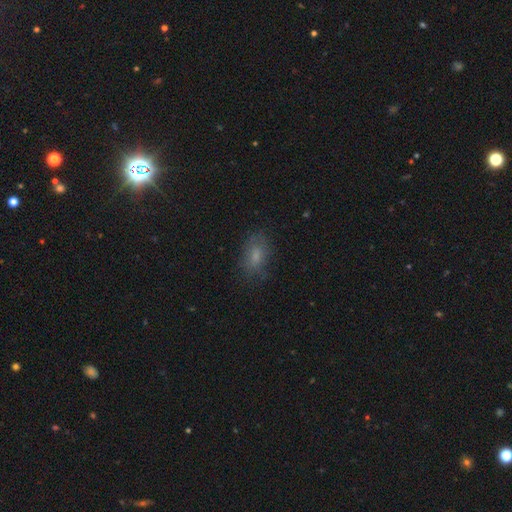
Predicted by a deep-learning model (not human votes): The model was most divided on "smooth or featured": smooth: 70%, featured or disk: 16%, star or artifact: 14%. More confident: how rounded — in between (85%); merging — none (73%).